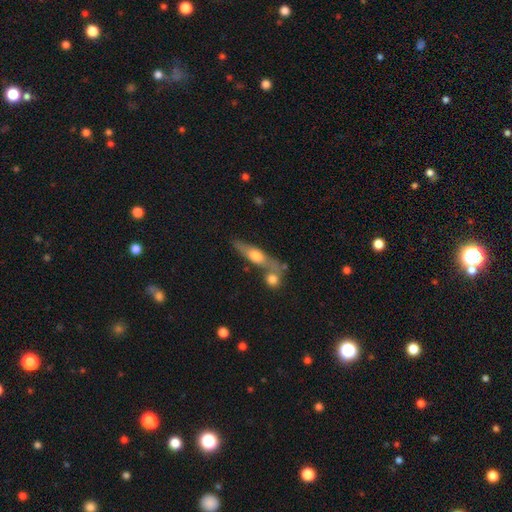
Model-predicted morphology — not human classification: Smooth or featured: smooth — 48% (featured or disk — 45%)
Merging: none — 50% (merger — 33%)